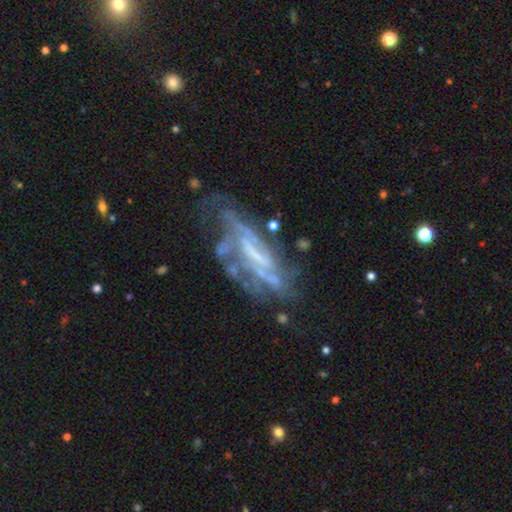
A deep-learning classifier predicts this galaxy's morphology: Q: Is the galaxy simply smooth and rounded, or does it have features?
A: featured or disk — 80%.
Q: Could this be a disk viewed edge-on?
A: no — 86%.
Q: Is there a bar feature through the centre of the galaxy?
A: strong — 35%.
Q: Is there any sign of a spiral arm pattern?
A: yes — 73%.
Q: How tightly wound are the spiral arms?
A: tight — 41%.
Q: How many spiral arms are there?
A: can't tell — 50%.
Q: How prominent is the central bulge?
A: none — 45%.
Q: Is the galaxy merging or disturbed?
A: none — 47%.